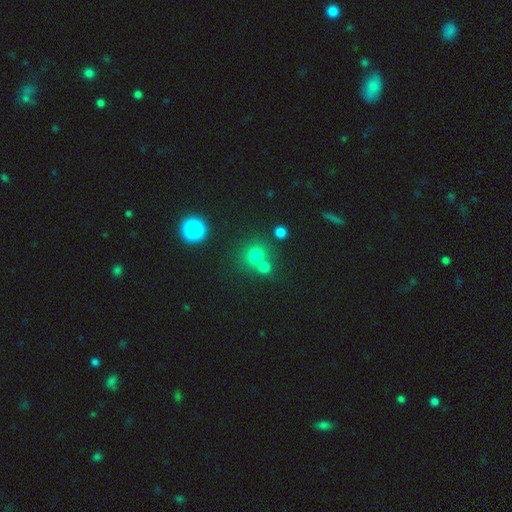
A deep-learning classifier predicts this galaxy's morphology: The model was most divided on "merging": none: 54%, merger: 35%, minor disturbance: 8%, major disturbance: 4%. More confident: how rounded — round (86%); smooth or featured — smooth (70%).